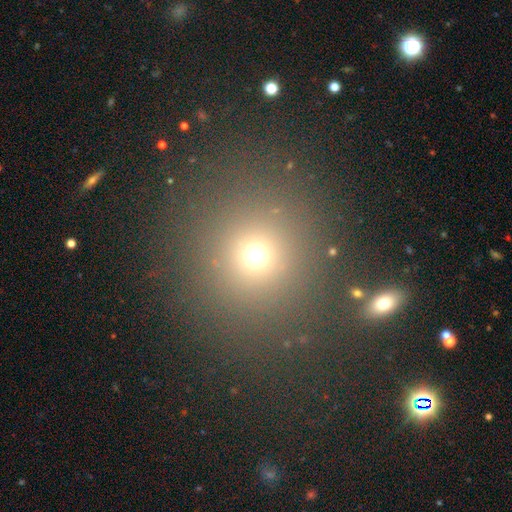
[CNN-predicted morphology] Overall: smooth (68%). How rounded: round (90%). Merging: none (84%).